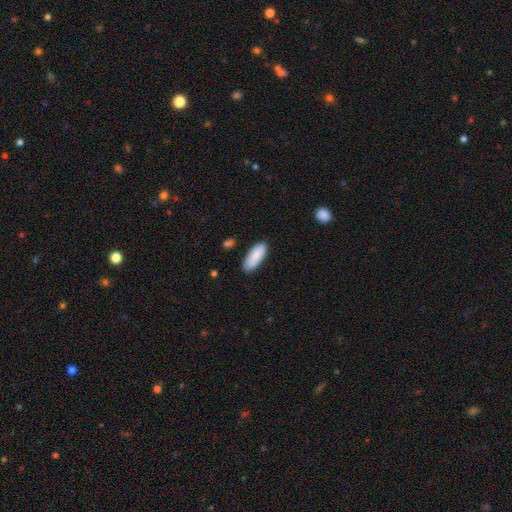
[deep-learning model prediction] smooth 88%, featured or disk 6%, star or artifact 6%. Down the decision tree: how rounded — in between (73%); merging — none (83%).